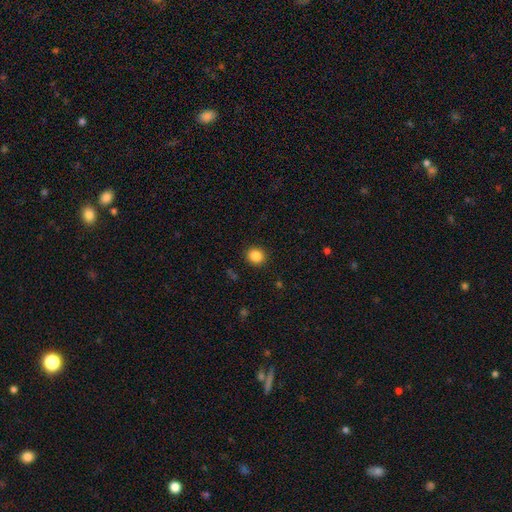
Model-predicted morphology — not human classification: Smooth or featured? smooth (86%)
How rounded? round (80%)
Merging? none (91%)